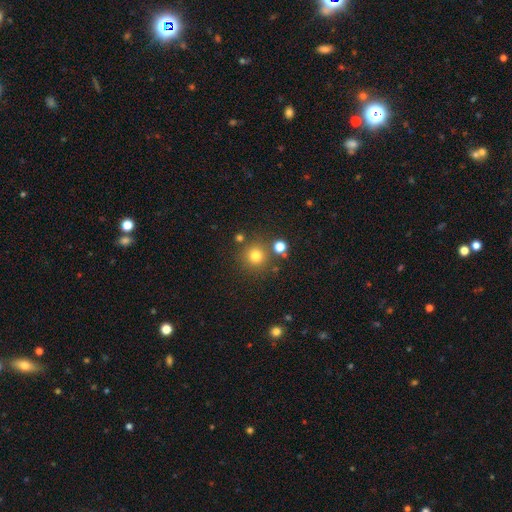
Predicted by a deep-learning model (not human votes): Smooth or featured?
  - smooth: 77% *
  - star or artifact: 16%
  - featured or disk: 7%
How rounded?
  - round: 94% *
  - in between: 5%
  - cigar-shaped: 1%
Merging?
  - none: 81% *
  - minor disturbance: 8%
  - merger: 8%
  - major disturbance: 3%